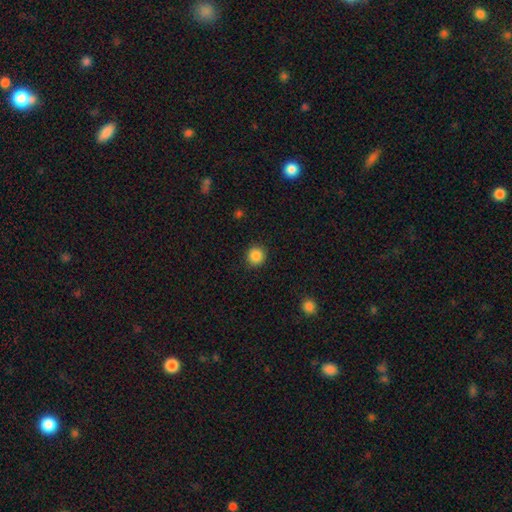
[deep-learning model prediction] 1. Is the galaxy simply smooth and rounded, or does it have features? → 87% smooth, 10% star or artifact, 3% featured or disk.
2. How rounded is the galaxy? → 93% round, 6% in between, 1% cigar-shaped.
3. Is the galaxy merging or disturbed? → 90% none, 7% minor disturbance, 2% major disturbance, 1% merger.